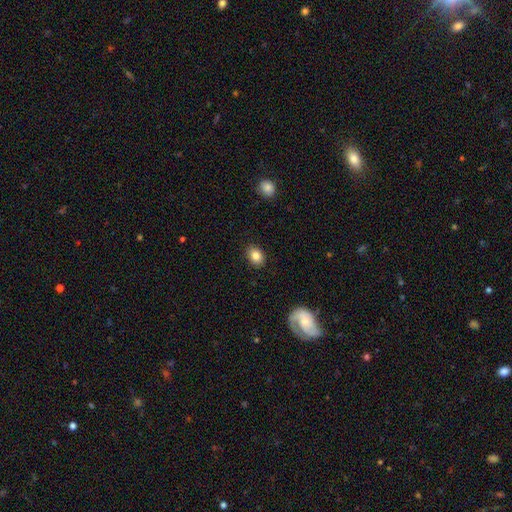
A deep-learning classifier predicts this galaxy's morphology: Smooth or featured?
  - smooth: 84% *
  - star or artifact: 9%
  - featured or disk: 8%
How rounded?
  - in between: 68% *
  - round: 31%
  - cigar-shaped: 1%
Merging?
  - none: 88% *
  - minor disturbance: 8%
  - major disturbance: 2%
  - merger: 1%